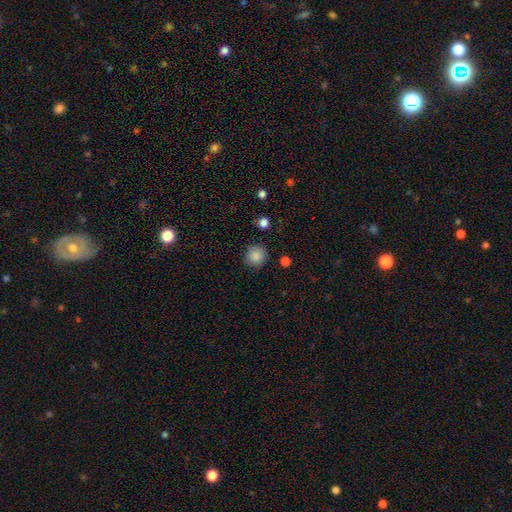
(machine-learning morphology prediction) type=smooth (87%); roundness=round (90%); merging=none (87%).